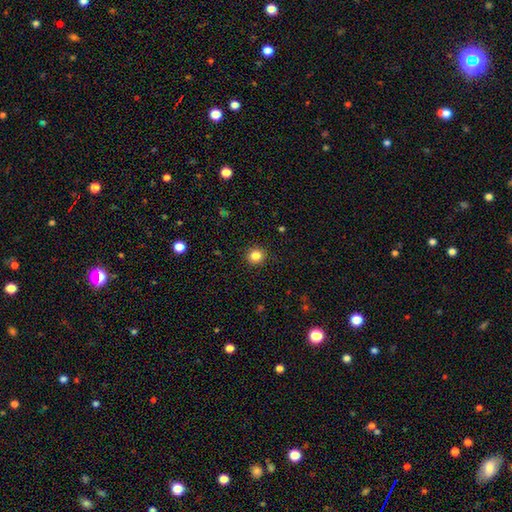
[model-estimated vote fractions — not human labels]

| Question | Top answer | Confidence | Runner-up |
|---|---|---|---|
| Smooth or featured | smooth | 84% | star or artifact (11%) |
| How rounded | round | 91% | in between (8%) |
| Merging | none | 92% | minor disturbance (6%) |